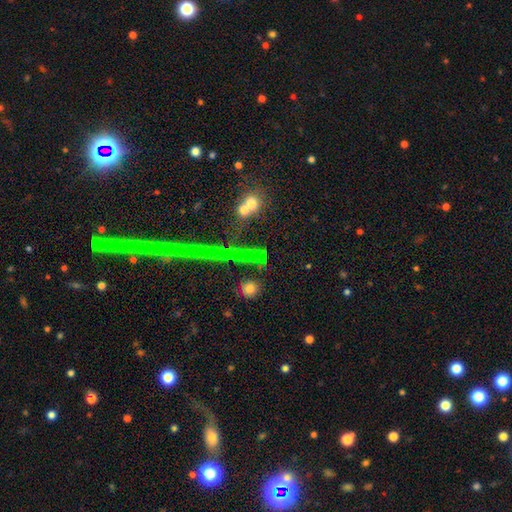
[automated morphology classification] Overall: star or artifact (43%; smooth 40%).